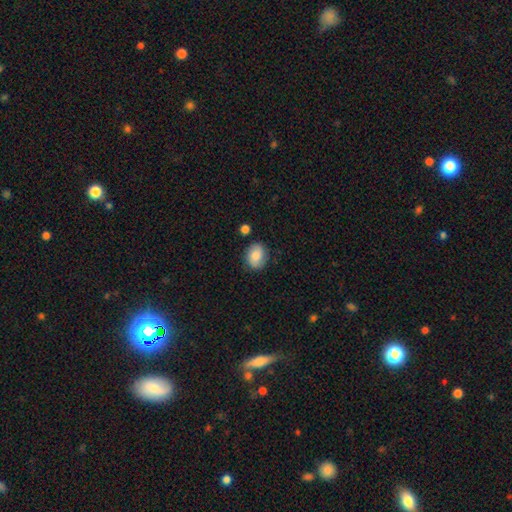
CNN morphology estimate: smooth-or-featured: smooth: 76% | featured or disk: 16% | star or artifact: 8%
  how-rounded: in between: 51% | round: 48% | cigar-shaped: 1%
  merging: none: 78% | minor disturbance: 15% | major disturbance: 4% | merger: 3%